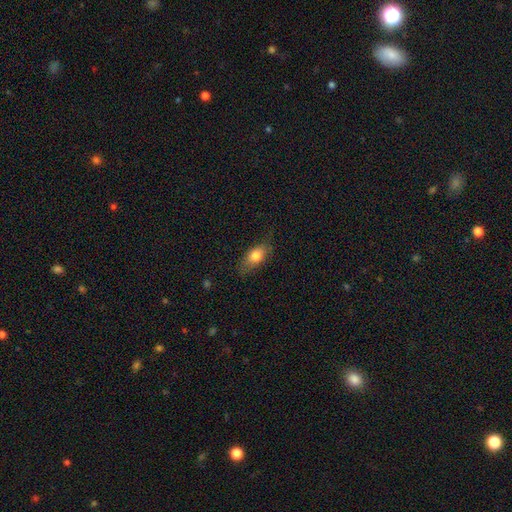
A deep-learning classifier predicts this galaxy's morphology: Overall: smooth (75%). How rounded: in between (81%). Merging: none (72%).